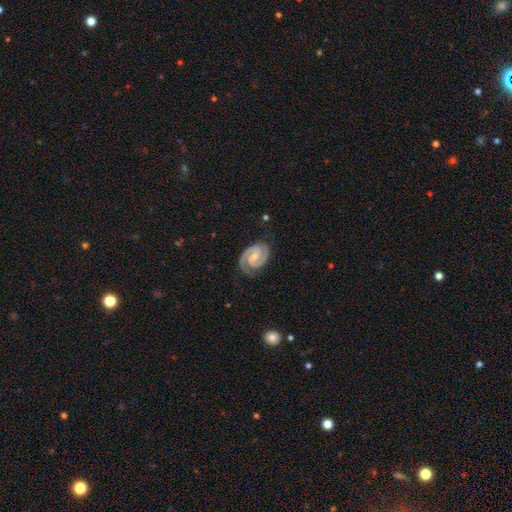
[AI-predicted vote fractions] Smooth or featured: featured or disk — 92% (smooth — 4%)
Edge-on disk: no — 98% (yes — 2%)
Bar: weak — 49% (no — 27%)
Spiral arms: yes — 99% (no — 1%)
Spiral winding: tight — 59% (medium — 36%)
Spiral arm count: 2 — 93% (can't tell — 2%)
Bulge size: small — 47% (moderate — 33%)
Merging: none — 80% (minor disturbance — 14%)